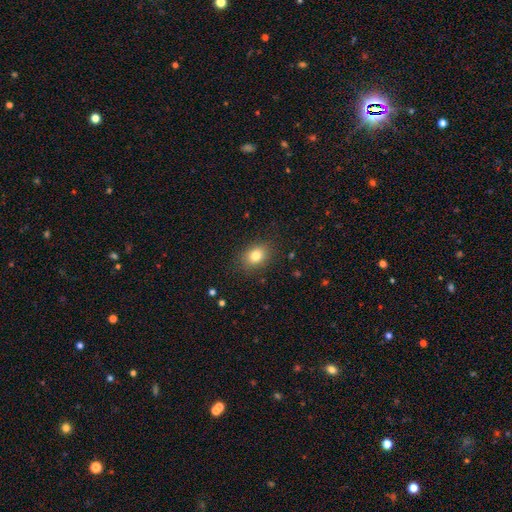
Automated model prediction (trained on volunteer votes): Smooth or featured? Predicted: smooth (p=0.81). How rounded? Predicted: in between (p=0.62). Merging? Predicted: none (p=0.86).